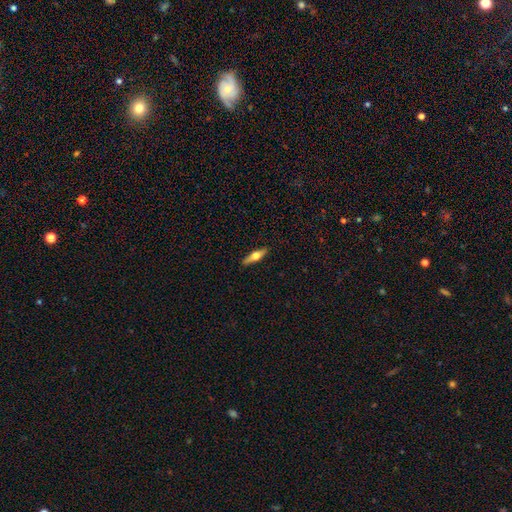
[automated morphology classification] This is possibly a smooth galaxy (49%). Merging: clearly none (89%).